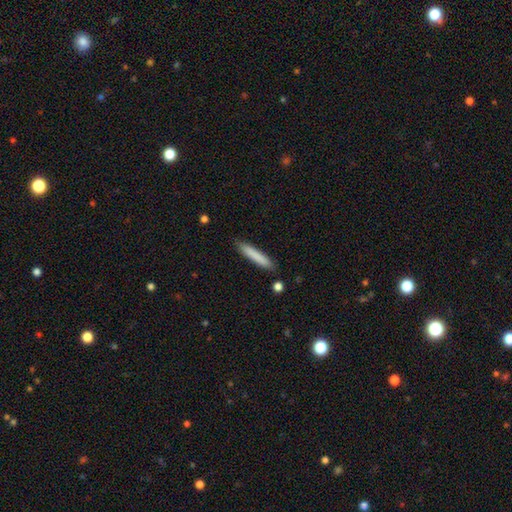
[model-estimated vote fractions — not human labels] Smooth or featured? Predicted: smooth (p=0.82). How rounded? Predicted: cigar-shaped (p=0.93). Merging? Predicted: none (p=0.87).